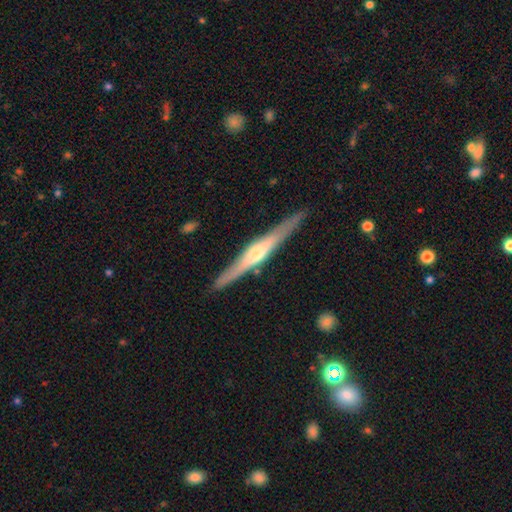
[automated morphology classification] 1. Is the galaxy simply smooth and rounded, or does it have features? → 75% featured or disk, 20% smooth, 5% star or artifact.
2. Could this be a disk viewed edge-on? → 98% yes, 2% no.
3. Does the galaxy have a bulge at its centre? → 81% rounded, 10% boxy, 9% none.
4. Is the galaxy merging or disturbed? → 89% none, 8% minor disturbance, 2% major disturbance, 1% merger.